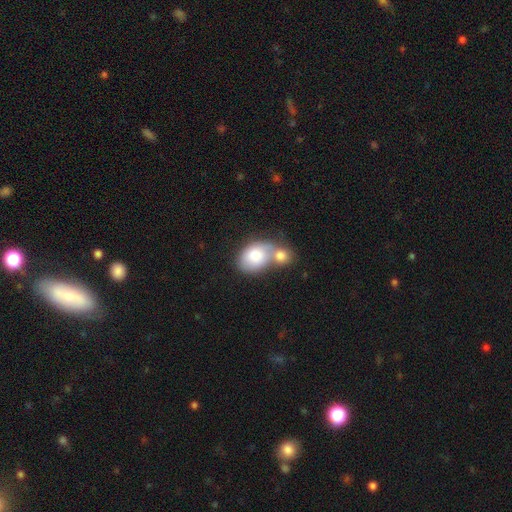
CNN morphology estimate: Smooth or featured: smooth — 81% (featured or disk — 12%)
How rounded: in between — 74% (round — 25%)
Merging: merger — 60% (none — 22%)